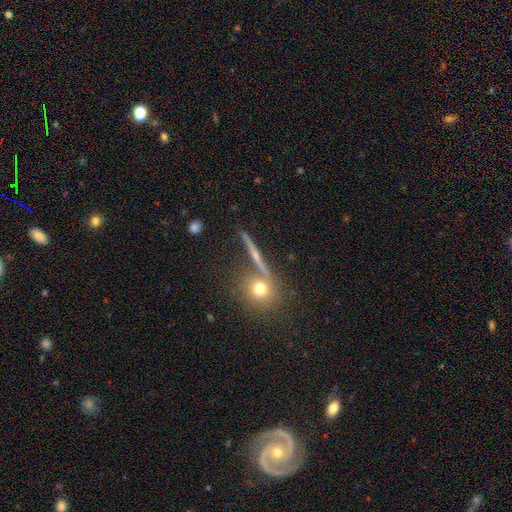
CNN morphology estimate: featured or disk 64%, smooth 23%, star or artifact 13%. Down the decision tree: edge-on disk — yes (92%); edge-on bulge — rounded (71%); merging — none (79%).